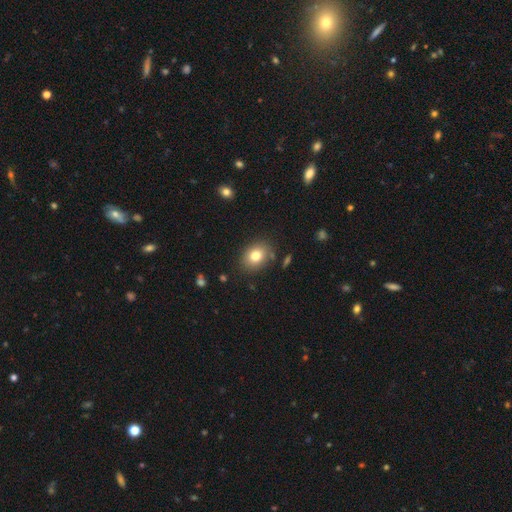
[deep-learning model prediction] Smooth or featured?
  - smooth: 79% *
  - featured or disk: 10%
  - star or artifact: 10%
How rounded?
  - in between: 60% *
  - round: 39%
  - cigar-shaped: 1%
Merging?
  - none: 84% *
  - minor disturbance: 10%
  - major disturbance: 3%
  - merger: 3%